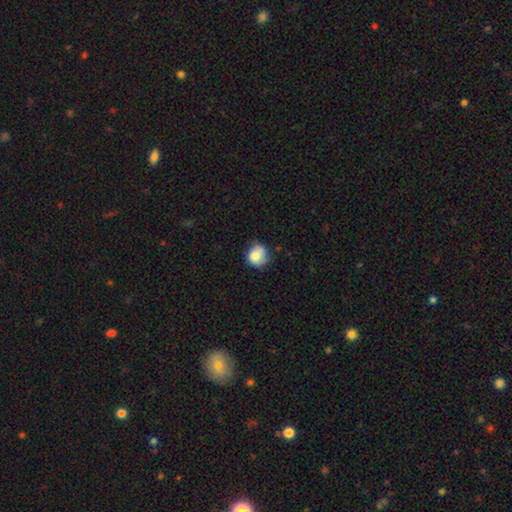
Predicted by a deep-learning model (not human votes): smooth 77%, featured or disk 14%, star or artifact 9%. Down the decision tree: how rounded — round (84%); merging — none (57%).